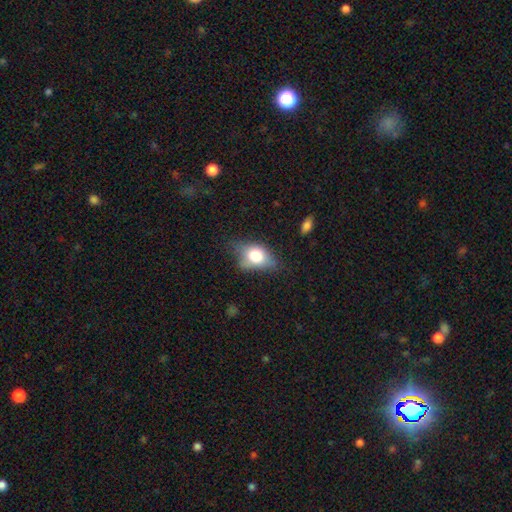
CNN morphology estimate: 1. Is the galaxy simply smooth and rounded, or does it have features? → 70% smooth, 20% featured or disk, 9% star or artifact.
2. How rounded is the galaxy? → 77% in between, 20% round, 3% cigar-shaped.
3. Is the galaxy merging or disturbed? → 47% none, 34% minor disturbance, 15% major disturbance, 3% merger.